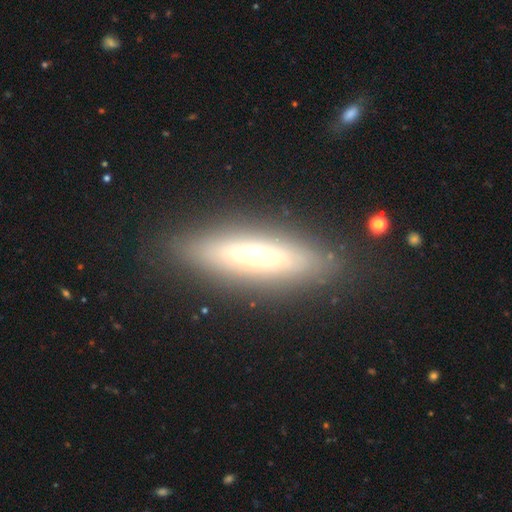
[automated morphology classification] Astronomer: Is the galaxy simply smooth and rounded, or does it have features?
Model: featured or disk — 46% (runner-up: smooth, 45%).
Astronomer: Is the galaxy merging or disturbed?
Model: none — 85%.